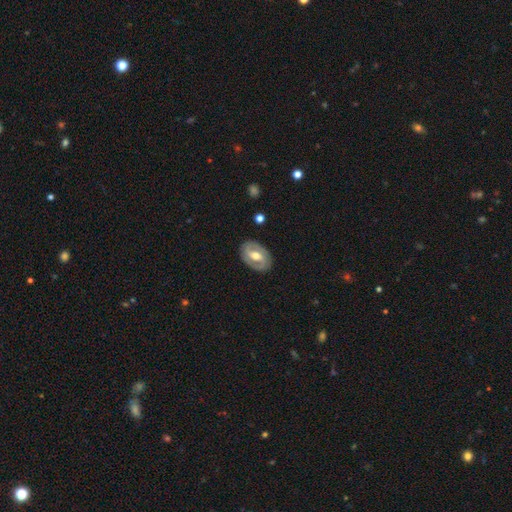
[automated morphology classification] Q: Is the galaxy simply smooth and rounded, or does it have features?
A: featured or disk — 76%.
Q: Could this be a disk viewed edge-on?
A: no — 95%.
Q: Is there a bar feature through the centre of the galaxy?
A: weak — 42%.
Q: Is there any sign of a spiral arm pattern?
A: yes — 75%.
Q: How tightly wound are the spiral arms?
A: tight — 49%.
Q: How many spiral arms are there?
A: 2 — 85%.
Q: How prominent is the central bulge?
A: moderate — 73%.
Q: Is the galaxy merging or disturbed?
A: none — 84%.